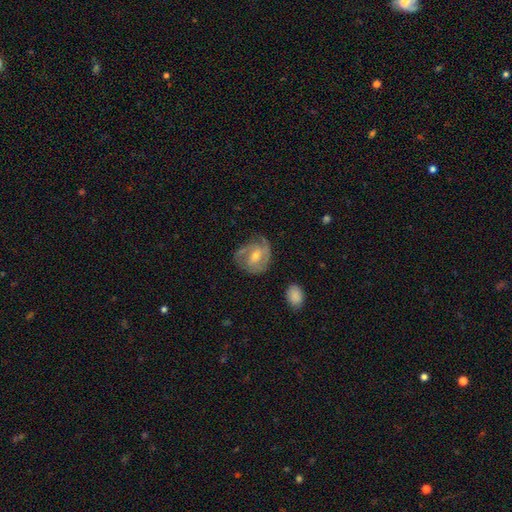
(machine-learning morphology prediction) This is likely a featured or disk galaxy (75%). It is clearly not viewed edge-on (97%). Bar: possibly weak (48%). Spiral arm pattern: clearly yes (90%). Spiral arm count: marginally 2 (44%). Spiral winding: possibly tight (50%). Central bulge: possibly moderate (55%). Merging: likely none (65%).